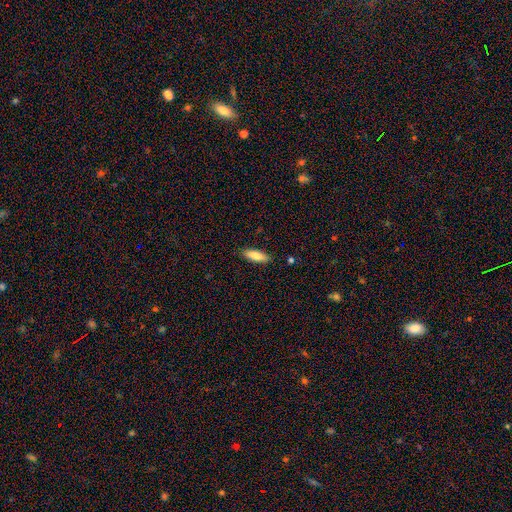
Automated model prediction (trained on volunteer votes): Q: Smooth or featured?
A: smooth (81%); runner-up: featured or disk (13%)
Q: How rounded?
A: in between (52%); runner-up: cigar-shaped (47%)
Q: Merging?
A: none (88%); runner-up: minor disturbance (9%)